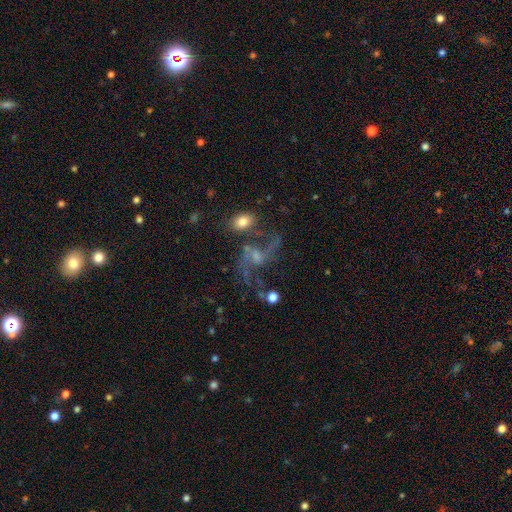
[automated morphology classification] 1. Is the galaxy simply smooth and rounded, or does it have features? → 75% featured or disk, 13% smooth, 12% star or artifact.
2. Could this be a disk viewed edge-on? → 97% no, 3% yes.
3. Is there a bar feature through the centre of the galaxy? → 45% no, 42% weak, 12% strong.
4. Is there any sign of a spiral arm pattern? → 86% yes, 14% no.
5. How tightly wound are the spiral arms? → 75% loose, 20% medium, 4% tight.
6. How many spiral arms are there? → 87% 2, 5% can't tell, 4% 1, 2% 3, 1% 4, 1% more than 4.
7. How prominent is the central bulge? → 40% small, 29% moderate, 23% none, 6% large, 2% dominant.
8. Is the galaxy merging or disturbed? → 45% none, 24% major disturbance, 16% minor disturbance, 14% merger.